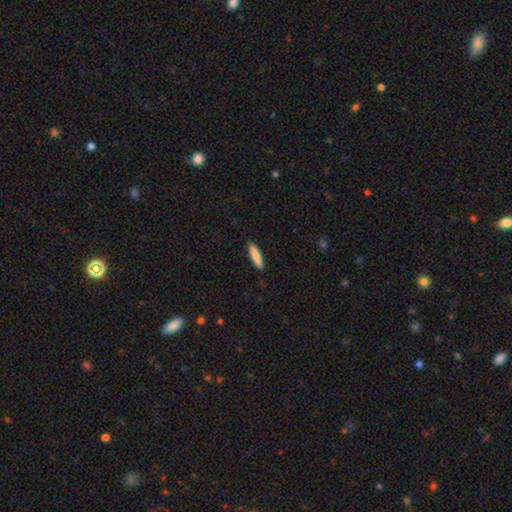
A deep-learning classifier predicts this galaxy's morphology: type=smooth (83%); roundness=cigar-shaped (80%); merging=none (90%).